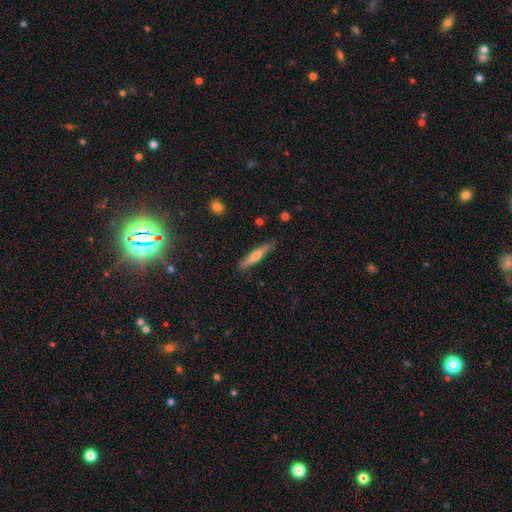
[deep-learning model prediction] Smooth or featured?
  - featured or disk: 50% *
  - smooth: 44%
  - star or artifact: 7%
Merging?
  - none: 87% *
  - minor disturbance: 10%
  - major disturbance: 2%
  - merger: 1%